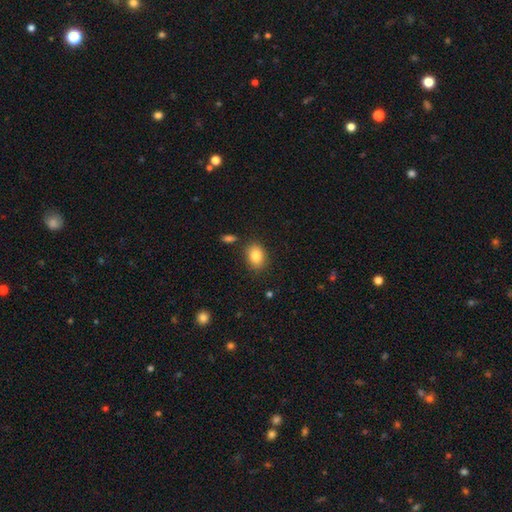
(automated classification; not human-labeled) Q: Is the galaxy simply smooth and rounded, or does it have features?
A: smooth — 85%.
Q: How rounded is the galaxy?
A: in between — 68%.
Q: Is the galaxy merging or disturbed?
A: none — 82%.